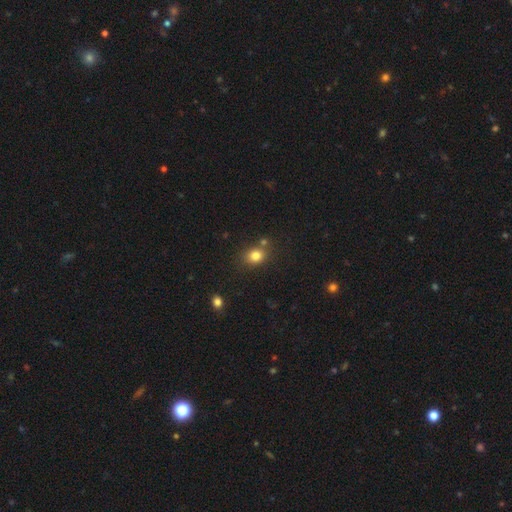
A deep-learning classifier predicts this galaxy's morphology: Smooth or featured? Predicted: smooth (p=0.81). How rounded? Predicted: round (p=0.57). Merging? Predicted: none (p=0.71).